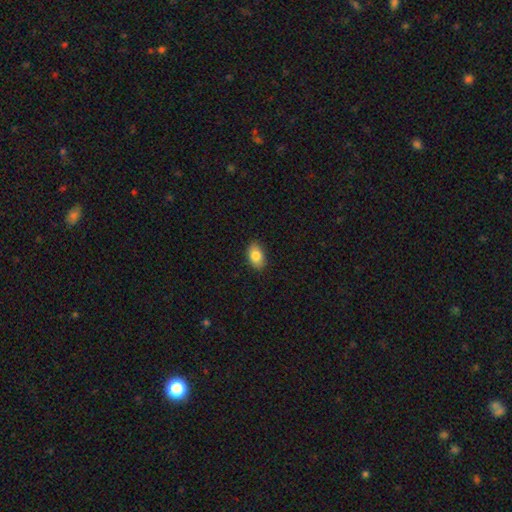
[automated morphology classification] A smooth galaxy with no disk features (84%) that is in between round and cigar-shaped (90%). Merging: none (88%).